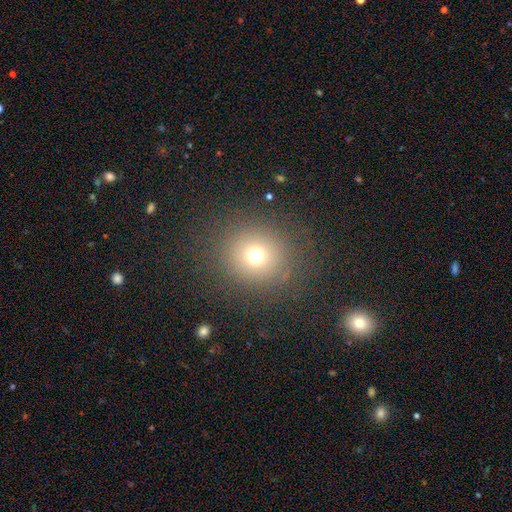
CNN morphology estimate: This is likely a smooth galaxy (71%). How rounded: clearly round (88%). Merging: clearly none (85%).